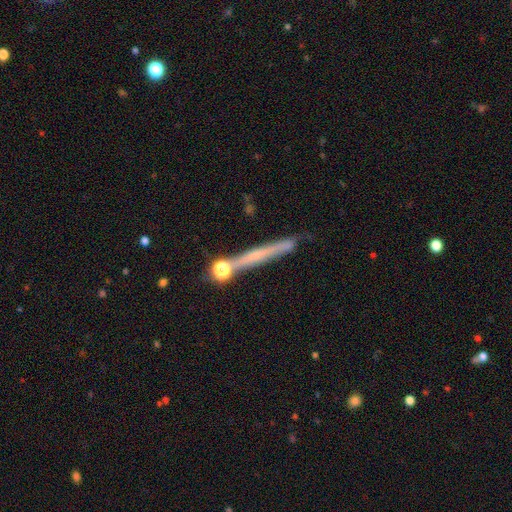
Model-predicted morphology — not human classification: Q: Smooth or featured?
A: featured or disk (53%); runner-up: smooth (36%)
Q: Edge-on disk?
A: yes (93%); runner-up: no (7%)
Q: Merging?
A: none (76%); runner-up: minor disturbance (12%)